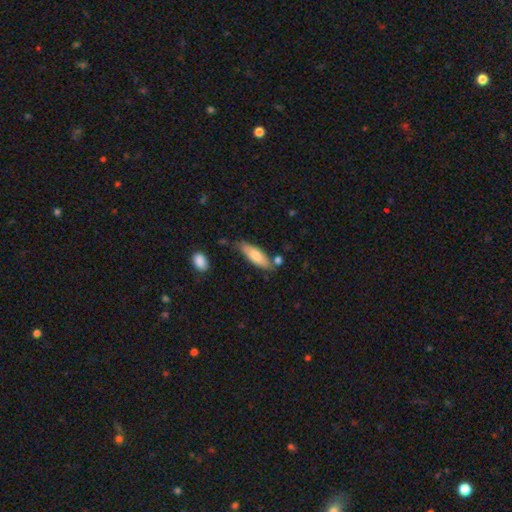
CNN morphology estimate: Q: Smooth or featured?
A: smooth (77%); runner-up: featured or disk (18%)
Q: How rounded?
A: in between (50%); runner-up: cigar-shaped (49%)
Q: Merging?
A: none (65%); runner-up: minor disturbance (21%)